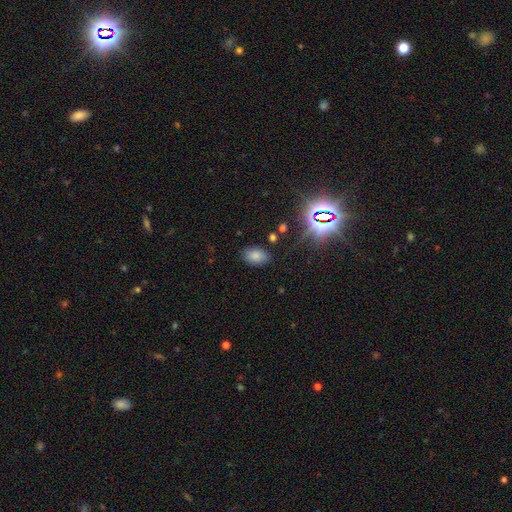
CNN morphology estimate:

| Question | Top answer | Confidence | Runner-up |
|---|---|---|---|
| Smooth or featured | smooth | 76% | star or artifact (17%) |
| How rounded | in between | 88% | round (10%) |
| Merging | none | 82% | minor disturbance (12%) |